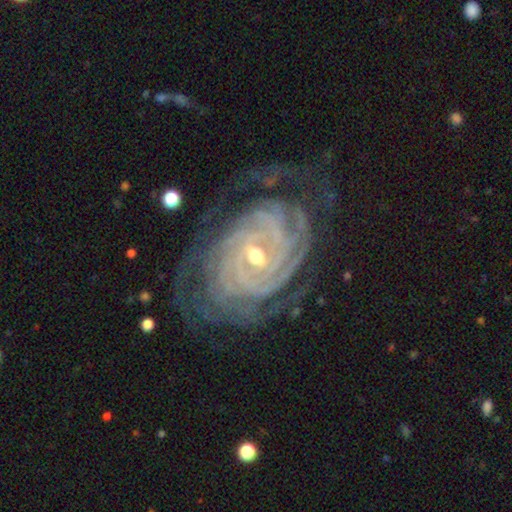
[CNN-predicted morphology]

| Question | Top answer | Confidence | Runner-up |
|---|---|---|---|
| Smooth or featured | featured or disk | 91% | star or artifact (5%) |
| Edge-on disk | no | 97% | yes (3%) |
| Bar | no | 43% | weak (36%) |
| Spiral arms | yes | 98% | no (2%) |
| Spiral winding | tight | 85% | medium (12%) |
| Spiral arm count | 4 | 24% | can't tell (21%) |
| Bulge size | small | 57% | moderate (41%) |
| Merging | none | 71% | minor disturbance (18%) |